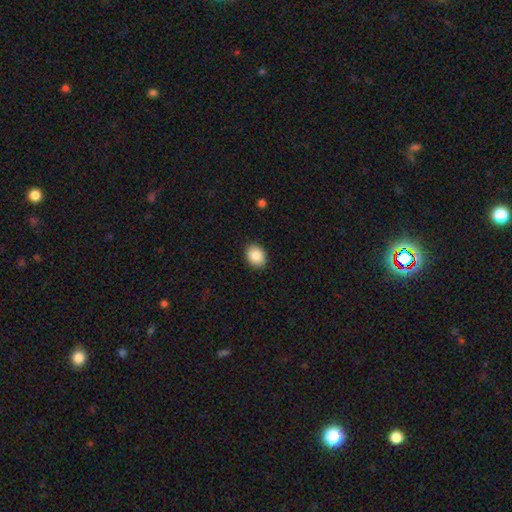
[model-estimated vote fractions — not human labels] This is clearly a smooth galaxy (87%). How rounded: possibly in between (59%). Merging: clearly none (89%).